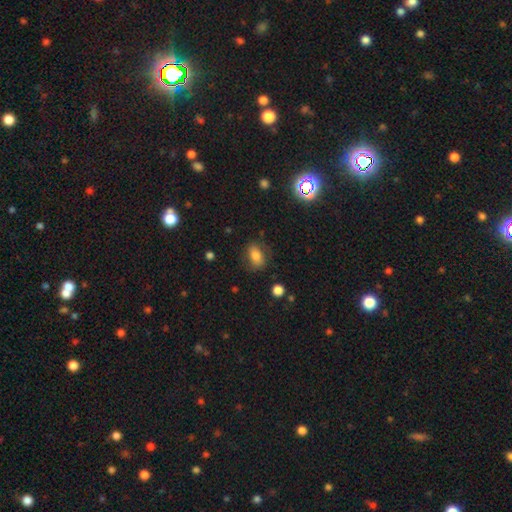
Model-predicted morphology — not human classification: smooth-or-featured: smooth: 74% | featured or disk: 15% | star or artifact: 11%
  how-rounded: in between: 81% | round: 16% | cigar-shaped: 3%
  merging: none: 72% | minor disturbance: 18% | major disturbance: 8% | merger: 2%